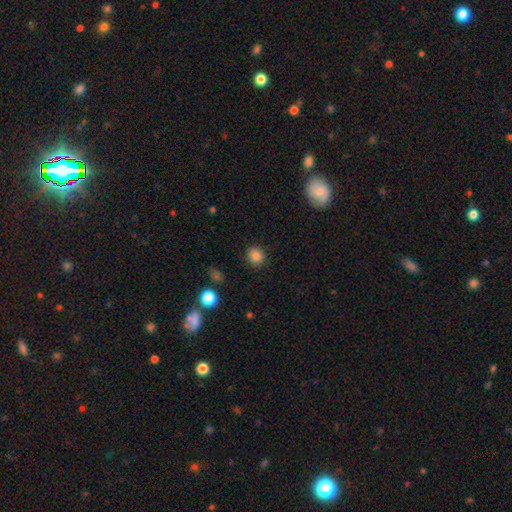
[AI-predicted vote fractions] smooth 84%, star or artifact 11%, featured or disk 5%. Down the decision tree: how rounded — round (88%); merging — none (89%).